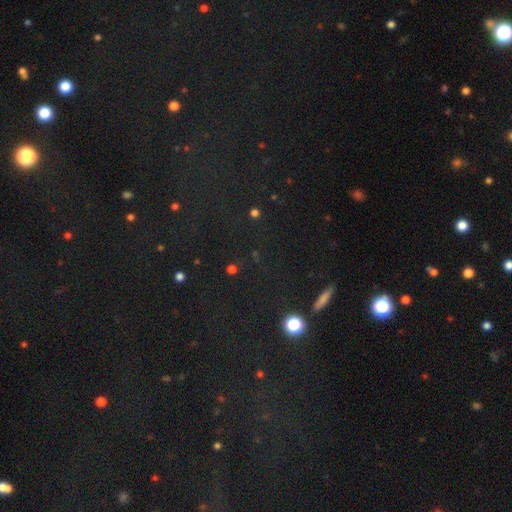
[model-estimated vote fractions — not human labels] Smooth or featured: star or artifact — 70% (smooth — 20%)